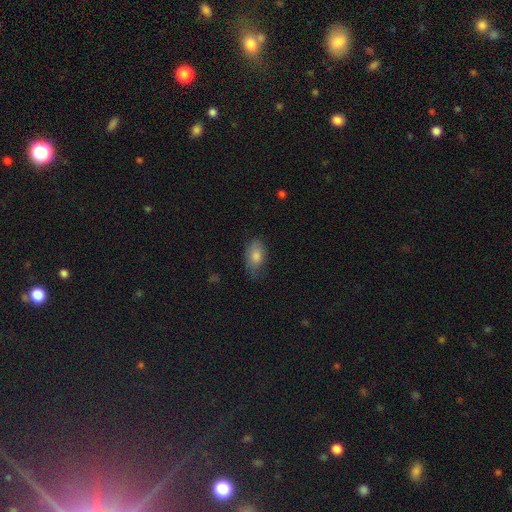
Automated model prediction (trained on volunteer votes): The model was most divided on "merging": none: 62%, minor disturbance: 30%, major disturbance: 7%, merger: 1%. More confident: how rounded — in between (89%); smooth or featured — smooth (77%).